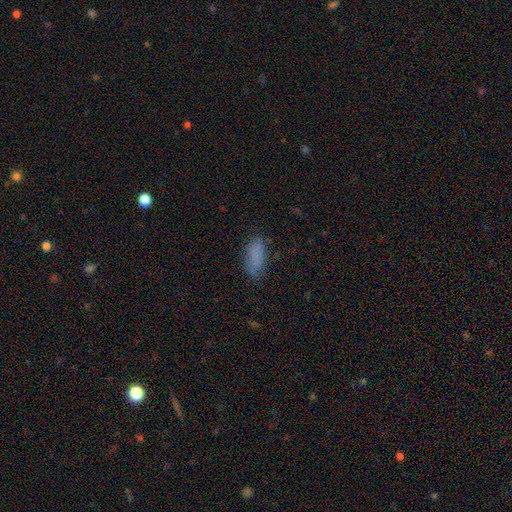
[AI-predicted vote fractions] smooth_or_featured: smooth (p=0.83) [alt: star or artifact p=0.09]
how_rounded: in between (p=0.80) [alt: cigar-shaped p=0.17]
merging: none (p=0.72) [alt: minor disturbance p=0.20]